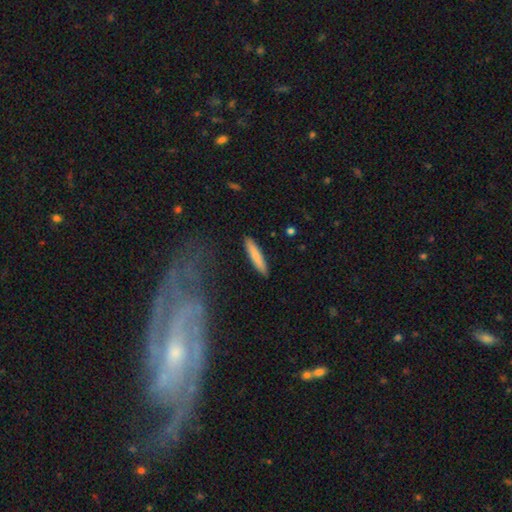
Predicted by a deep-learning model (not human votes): Smooth or featured? smooth (78%)
How rounded? cigar-shaped (87%)
Merging? none (90%)